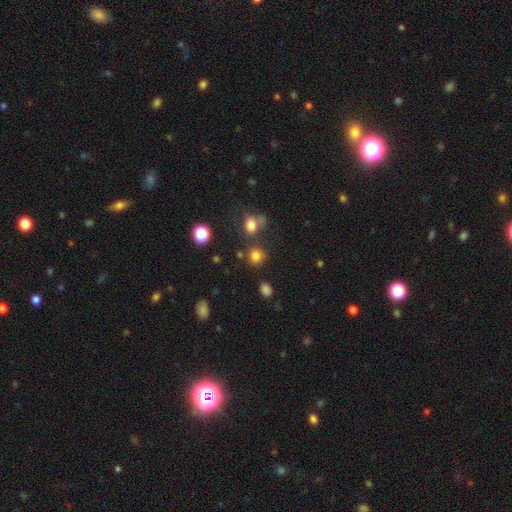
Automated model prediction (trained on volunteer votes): smooth 80%, star or artifact 14%, featured or disk 6%. Down the decision tree: how rounded — round (81%); merging — none (74%).